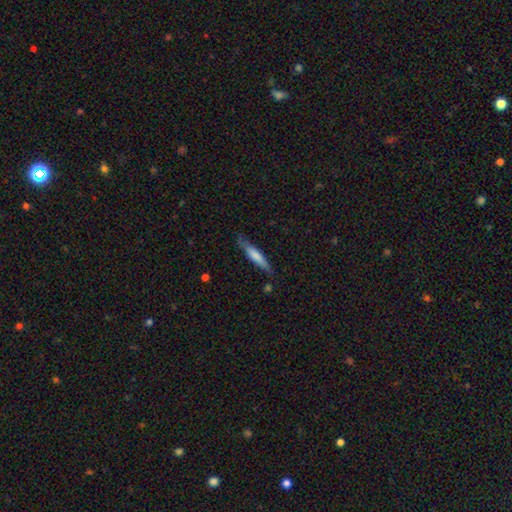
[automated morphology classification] A smooth galaxy with no disk features (65%) that is cigar-shaped (87%).

Vote fractions:
- Smooth or featured? smooth: 65% / featured or disk: 29% / star or artifact: 5%
- How rounded? cigar-shaped: 87% / in between: 12% / round: 1%
- Merging? none: 78% / minor disturbance: 17% / major disturbance: 3% / merger: 2%